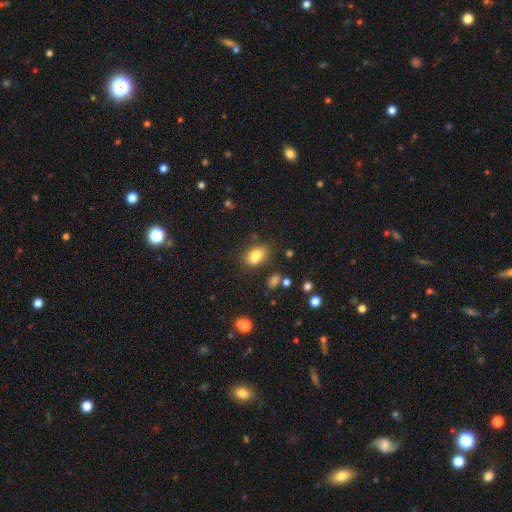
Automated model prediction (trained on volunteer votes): Smooth or featured: smooth — 80% (featured or disk — 11%)
How rounded: in between — 84% (round — 13%)
Merging: none — 71% (minor disturbance — 18%)